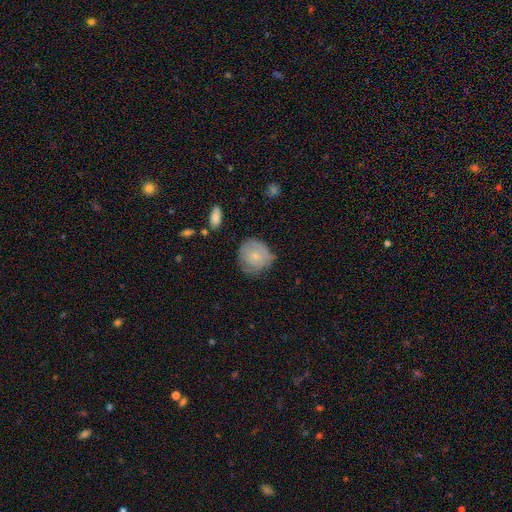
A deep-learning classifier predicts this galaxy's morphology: Q: Smooth or featured?
A: smooth (54%); runner-up: featured or disk (39%)
Q: How rounded?
A: round (87%); runner-up: in between (12%)
Q: Merging?
A: none (59%); runner-up: minor disturbance (30%)